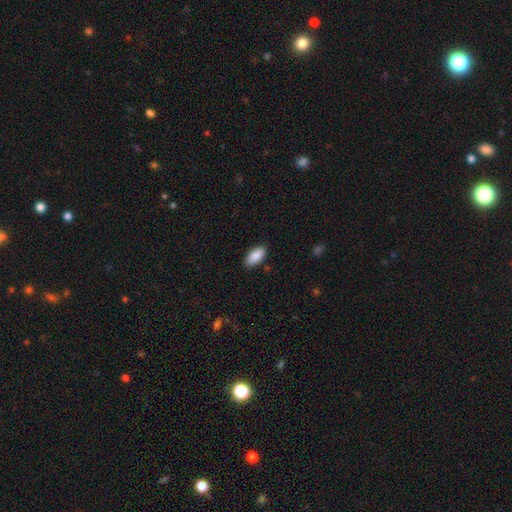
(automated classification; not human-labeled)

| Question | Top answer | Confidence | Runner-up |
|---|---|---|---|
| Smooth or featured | smooth | 88% | star or artifact (6%) |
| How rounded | in between | 91% | cigar-shaped (7%) |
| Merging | none | 86% | minor disturbance (10%) |